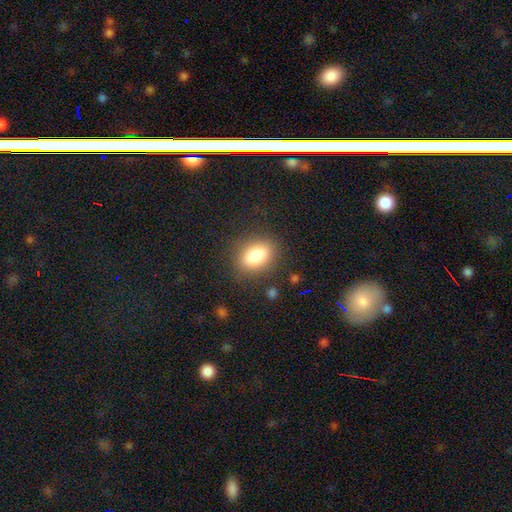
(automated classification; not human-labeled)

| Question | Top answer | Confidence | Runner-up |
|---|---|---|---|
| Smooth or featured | smooth | 84% | star or artifact (9%) |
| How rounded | in between | 82% | round (16%) |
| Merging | none | 83% | minor disturbance (11%) |